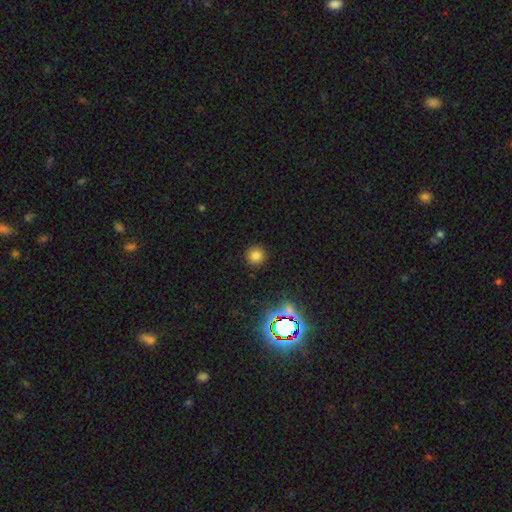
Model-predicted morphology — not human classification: This is likely a smooth galaxy (76%). How rounded: clearly round (94%). Merging: clearly none (90%).